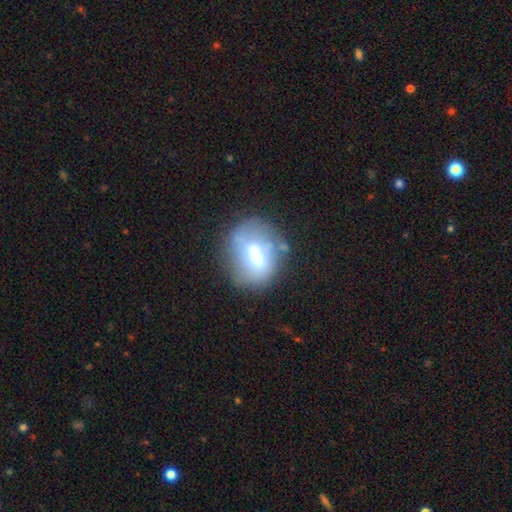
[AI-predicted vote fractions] Overall: smooth (53%; featured or disk 37%). How rounded: round (51%; in between 47%). Merging: none (55%; minor disturbance 24%).